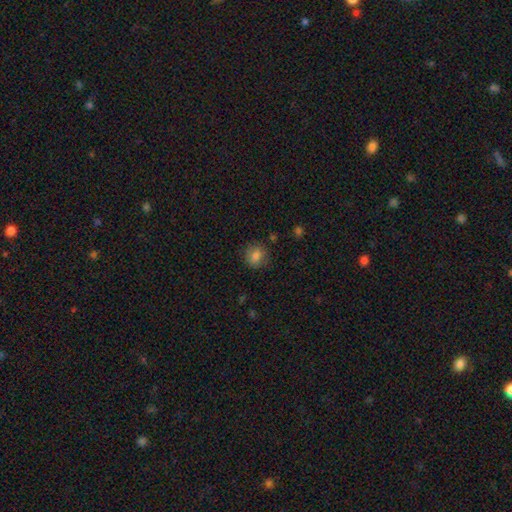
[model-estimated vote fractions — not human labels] smooth-or-featured: smooth: 81% | star or artifact: 11% | featured or disk: 9%
  how-rounded: round: 76% | in between: 23% | cigar-shaped: 1%
  merging: none: 82% | minor disturbance: 12% | major disturbance: 4% | merger: 2%